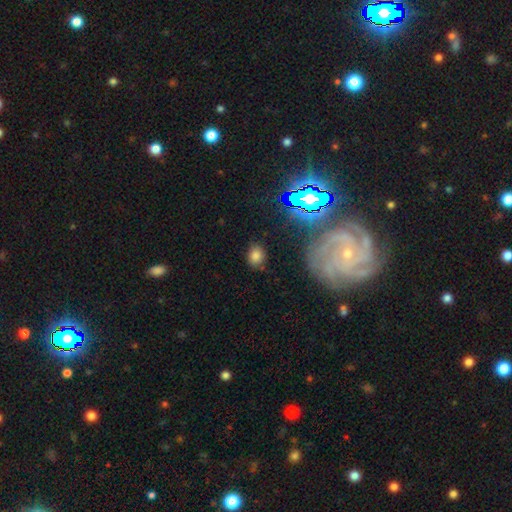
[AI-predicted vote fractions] smooth_or_featured: smooth (p=0.75) [alt: star or artifact p=0.18]
how_rounded: round (p=0.57) [alt: in between p=0.41]
merging: none (p=0.80) [alt: minor disturbance p=0.13]